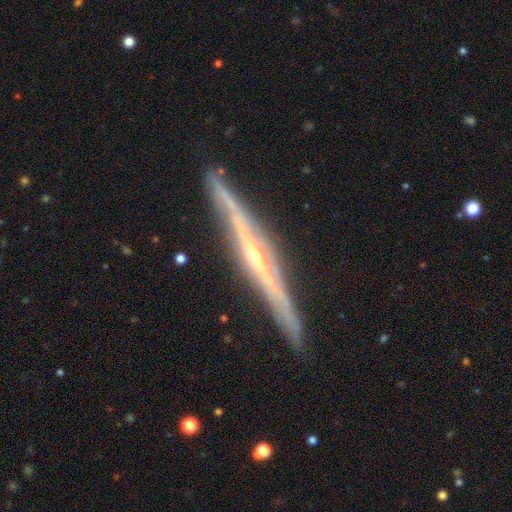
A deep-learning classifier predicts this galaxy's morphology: This is clearly a featured or disk galaxy (86%). It is clearly viewed edge-on (96%). Edge-on bulge: likely rounded (66%). Merging: clearly none (87%).